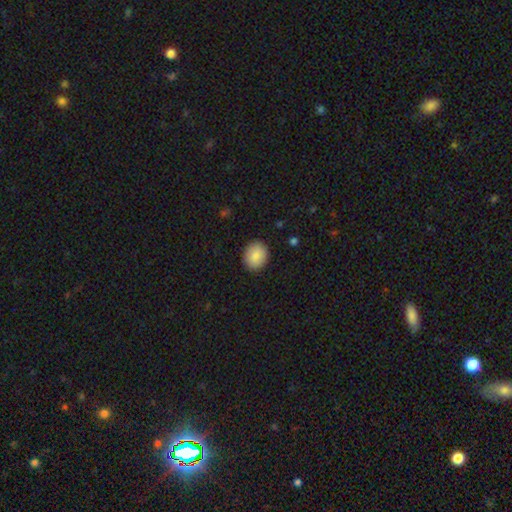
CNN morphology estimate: A smooth galaxy with no disk features (86%) that is round (62%).

Vote fractions:
- Smooth or featured? smooth: 86% / star or artifact: 7% / featured or disk: 6%
- How rounded? round: 62% / in between: 37% / cigar-shaped: 1%
- Merging? none: 90% / minor disturbance: 7% / major disturbance: 2% / merger: 1%